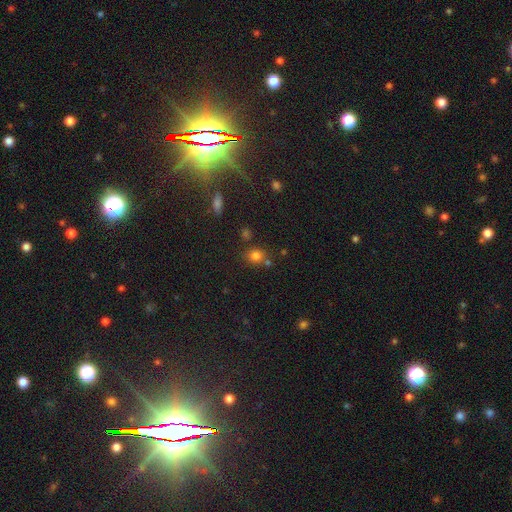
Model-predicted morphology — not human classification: Smooth or featured: smooth — 76% (star or artifact — 17%)
How rounded: round — 77% (in between — 22%)
Merging: none — 68% (merger — 16%)